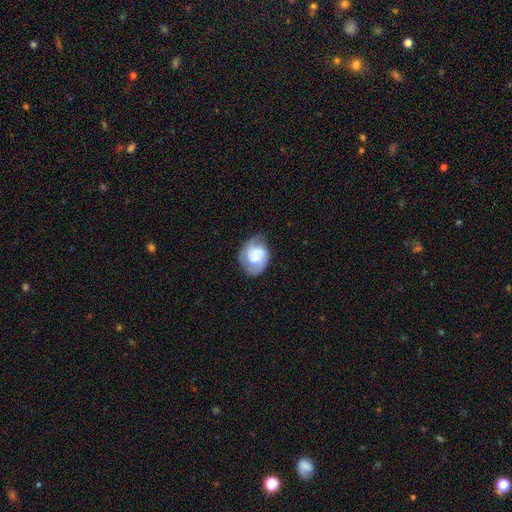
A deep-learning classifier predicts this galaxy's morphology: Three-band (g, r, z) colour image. It shows a featured or disk galaxy (64%) with no bar (59%), 2 (63%) tight (44%) spiral arms (90%) and a moderate central bulge (41%). Merging: none (59%).